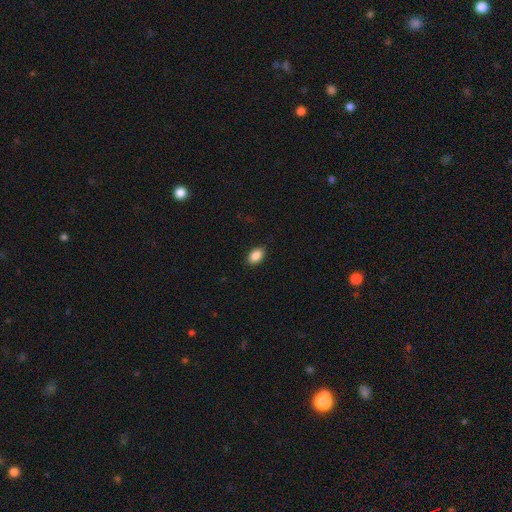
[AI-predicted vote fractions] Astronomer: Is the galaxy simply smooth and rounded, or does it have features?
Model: smooth — 89%.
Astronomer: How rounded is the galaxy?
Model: in between — 91%.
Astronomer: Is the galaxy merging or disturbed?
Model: none — 89%.